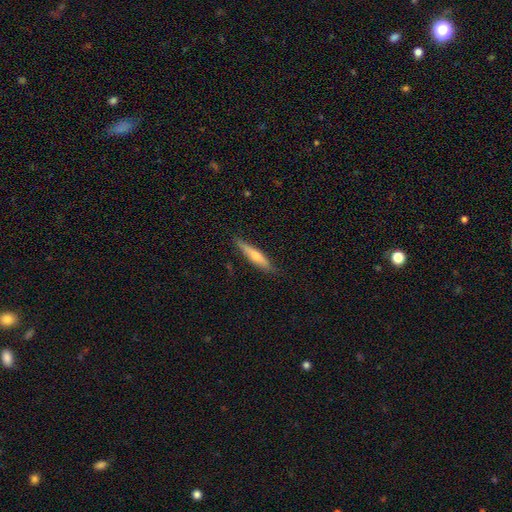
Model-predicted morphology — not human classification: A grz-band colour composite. It shows a featured or disk galaxy (52%) viewed edge-on (94%). Merging: none (87%).